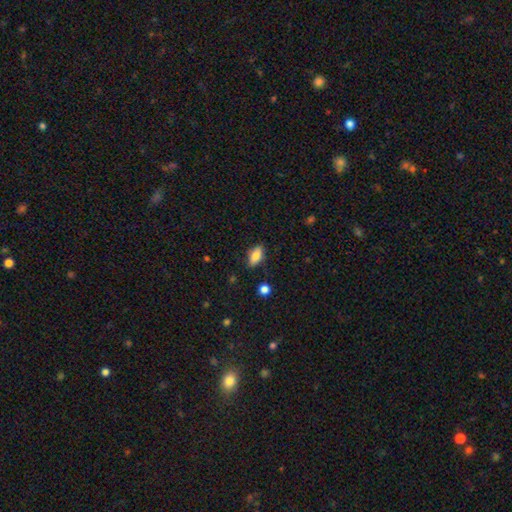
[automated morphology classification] This appears to be a smooth galaxy with no disk features (79%) that is in between round and cigar-shaped (84%). Merging: none (83%).